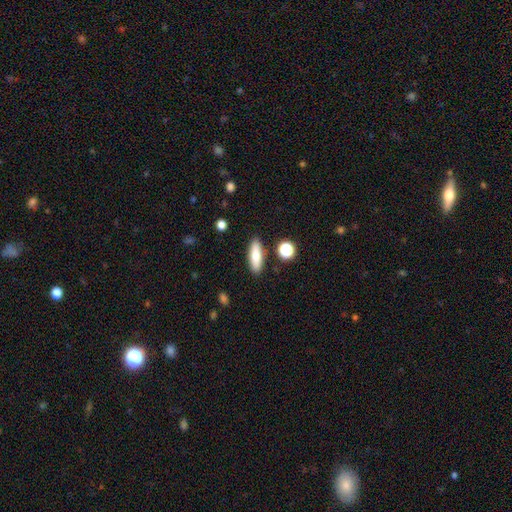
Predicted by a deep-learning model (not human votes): Smooth or featured? smooth (75%)
How rounded? in between (51%)
Merging? none (87%)